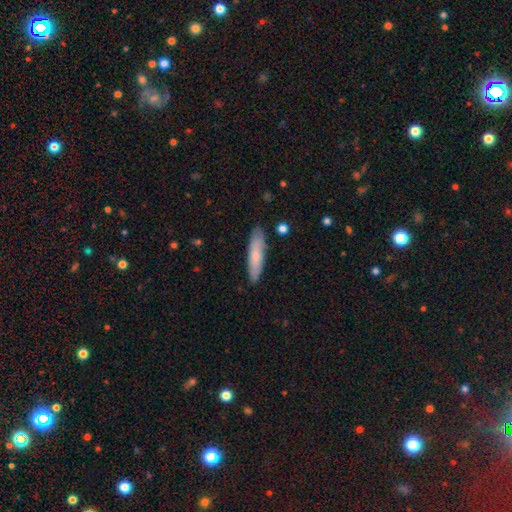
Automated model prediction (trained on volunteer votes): Morphology: type=smooth (75%); roundness=cigar-shaped (79%); merging=none (86%).